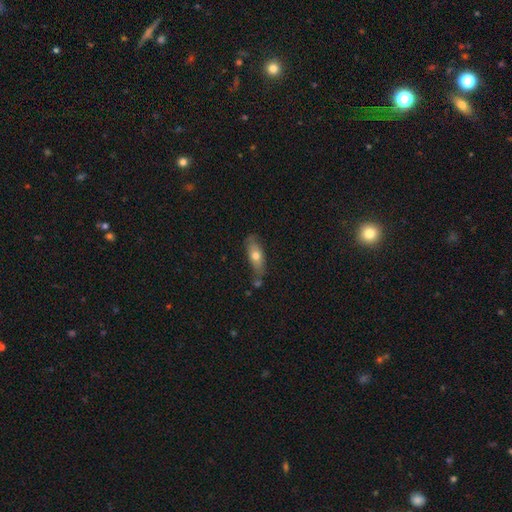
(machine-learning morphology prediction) Smooth or featured? Predicted: smooth (p=0.64). How rounded? Predicted: in between (p=0.65). Merging? Predicted: none (p=0.66).